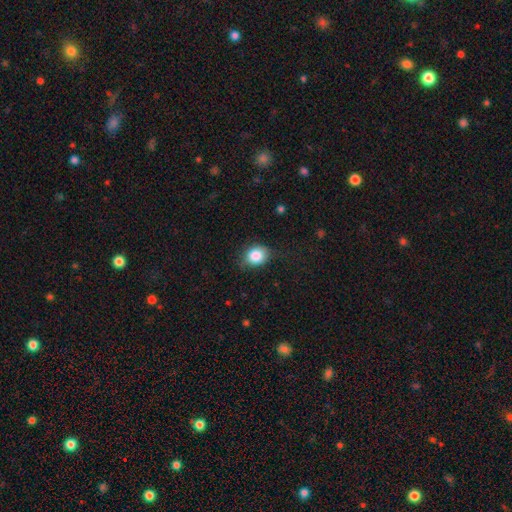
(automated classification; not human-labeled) Q: Smooth or featured?
A: smooth (85%); runner-up: star or artifact (9%)
Q: How rounded?
A: round (58%); runner-up: in between (41%)
Q: Merging?
A: none (71%); runner-up: minor disturbance (22%)